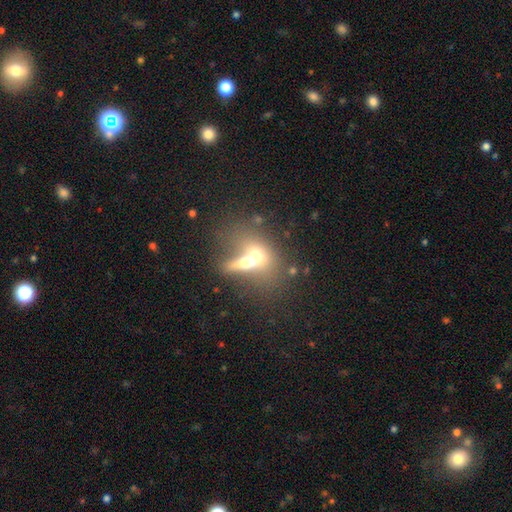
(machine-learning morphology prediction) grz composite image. It shows a smooth galaxy with no disk features (50%) that is in between round and cigar-shaped (50%). Merging: merger (67%).